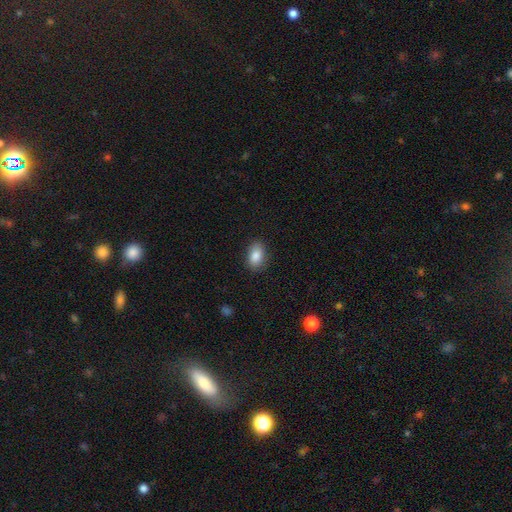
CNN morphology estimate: Smooth or featured?
  - smooth: 87% *
  - star or artifact: 8%
  - featured or disk: 6%
How rounded?
  - in between: 88% *
  - round: 11%
  - cigar-shaped: 2%
Merging?
  - none: 87% *
  - minor disturbance: 10%
  - major disturbance: 2%
  - merger: 1%